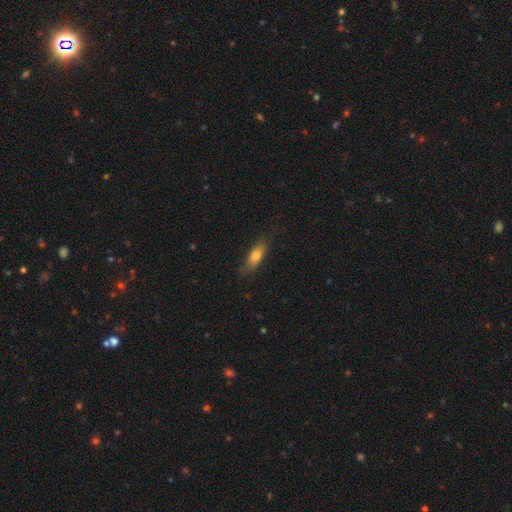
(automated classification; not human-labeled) Smooth or featured? Predicted: smooth (p=0.75). How rounded? Predicted: in between (p=0.65). Merging? Predicted: none (p=0.75).